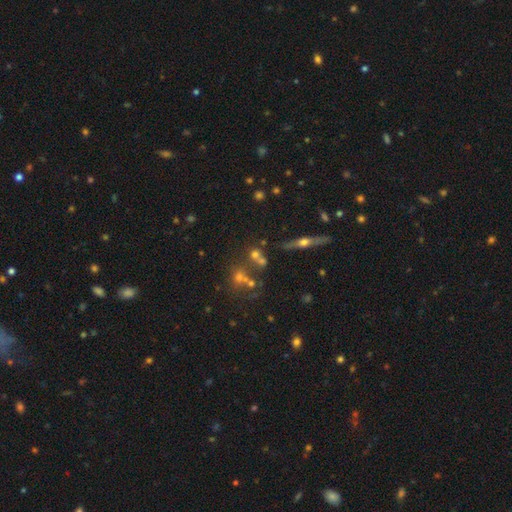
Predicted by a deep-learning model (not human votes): smooth_or_featured: smooth (p=0.49) [alt: featured or disk p=0.29]
merging: none (p=0.49) [alt: merger p=0.35]